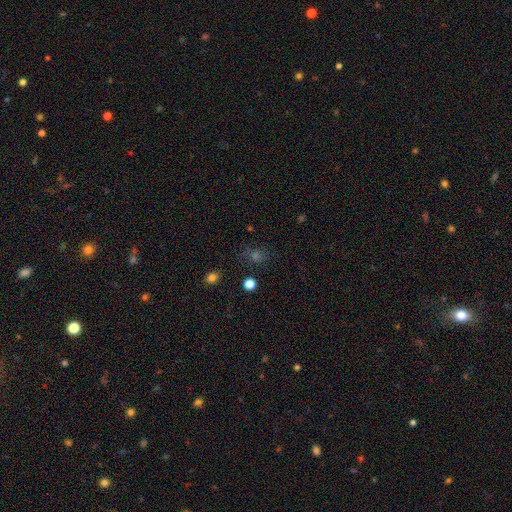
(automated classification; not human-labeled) smooth-or-featured: smooth: 45% | star or artifact: 40% | featured or disk: 15%
  merging: none: 73% | minor disturbance: 15% | major disturbance: 8% | merger: 4%